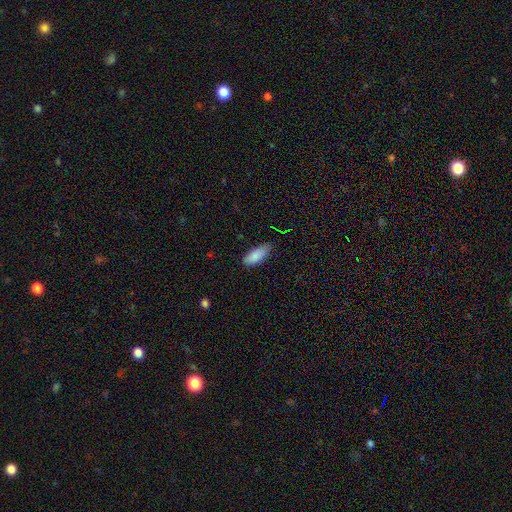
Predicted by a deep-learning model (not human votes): smooth 86%, featured or disk 8%, star or artifact 7%. Down the decision tree: how rounded — in between (79%); merging — none (73%).